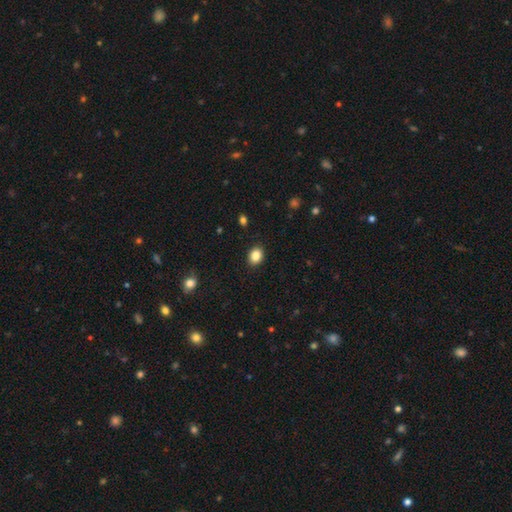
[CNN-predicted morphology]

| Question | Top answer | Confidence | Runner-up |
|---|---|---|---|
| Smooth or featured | smooth | 86% | star or artifact (9%) |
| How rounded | in between | 53% | round (46%) |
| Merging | none | 90% | minor disturbance (7%) |